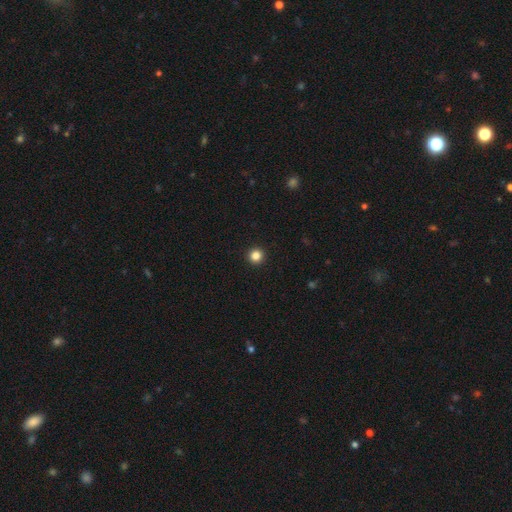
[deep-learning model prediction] A smooth galaxy with no disk features (84%) that is round (96%). Merging: none (94%).